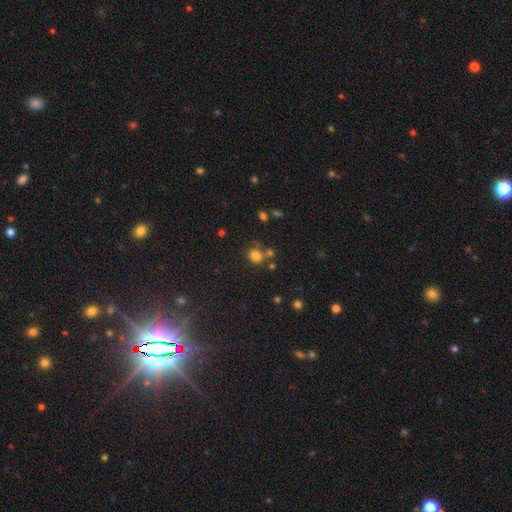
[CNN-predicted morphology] Smooth or featured: smooth — 78% (star or artifact — 15%)
How rounded: round — 71% (in between — 28%)
Merging: none — 59% (merger — 21%)